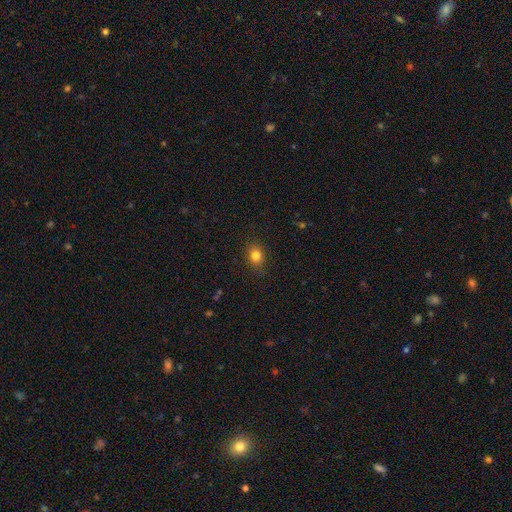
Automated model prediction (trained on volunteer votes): The model was most divided on "how rounded": round: 58%, in between: 41%, cigar-shaped: 1%. More confident: merging — none (87%); smooth or featured — smooth (82%).